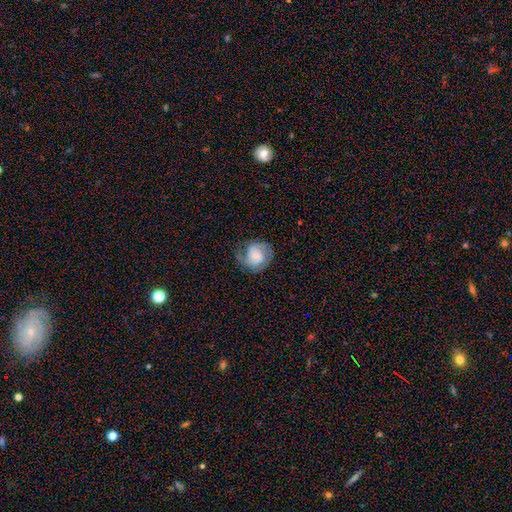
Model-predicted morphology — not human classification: type=featured or disk (66%); edge-on=no (98%); bar=no (58%); spiral arms=yes (91%); winding=tight (45%); arm count=2 (69%); bulge=small (58%); merging=none (65%).